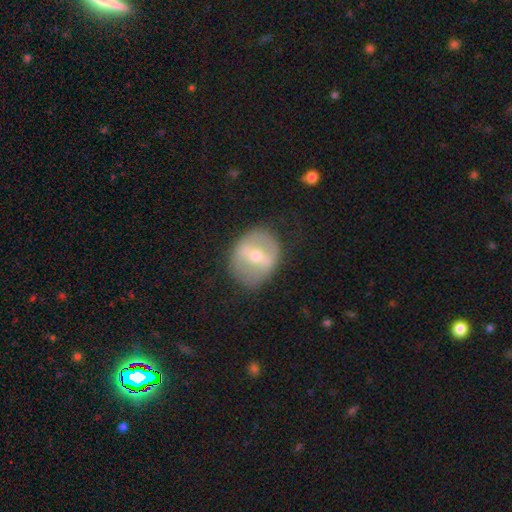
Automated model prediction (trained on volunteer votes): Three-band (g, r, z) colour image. It shows a featured or disk galaxy (59%) with a strong bar (54%), no spiral arms (75%) and a moderate central bulge (49%). Merging: none (77%).